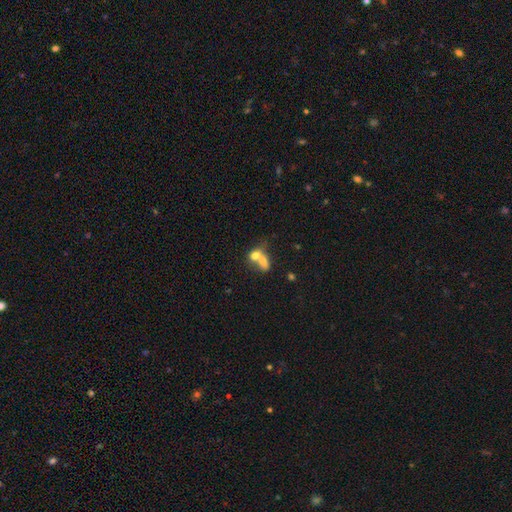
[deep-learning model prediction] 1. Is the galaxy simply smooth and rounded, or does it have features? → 71% smooth, 19% featured or disk, 10% star or artifact.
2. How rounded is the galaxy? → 60% in between, 36% round, 4% cigar-shaped.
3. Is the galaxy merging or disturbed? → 70% merger, 18% none, 6% minor disturbance, 6% major disturbance.